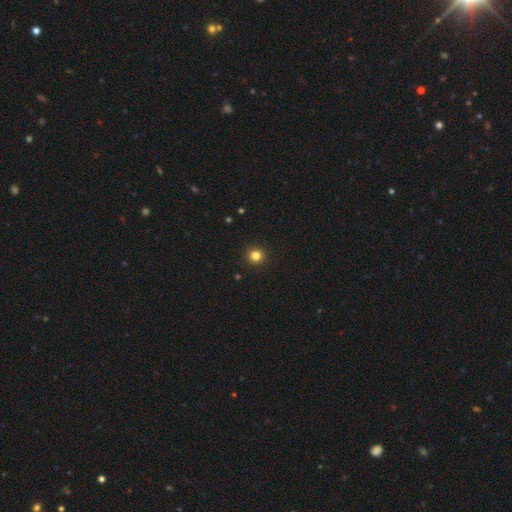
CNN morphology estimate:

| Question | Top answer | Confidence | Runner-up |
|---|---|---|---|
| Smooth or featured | smooth | 82% | star or artifact (13%) |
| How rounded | round | 95% | in between (4%) |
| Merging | none | 93% | minor disturbance (4%) |